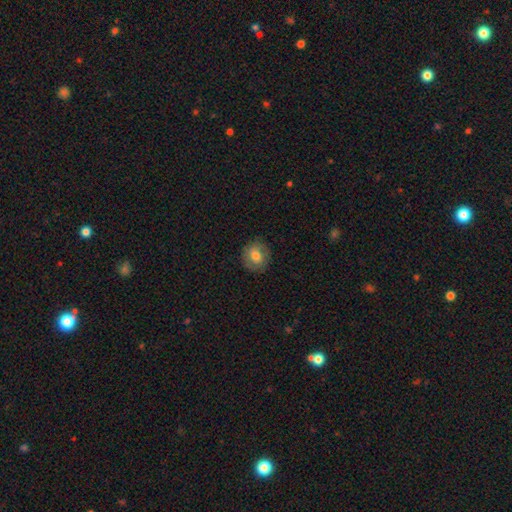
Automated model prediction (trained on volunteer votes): smooth 73%, featured or disk 18%, star or artifact 9%. Down the decision tree: how rounded — round (82%); merging — none (85%).